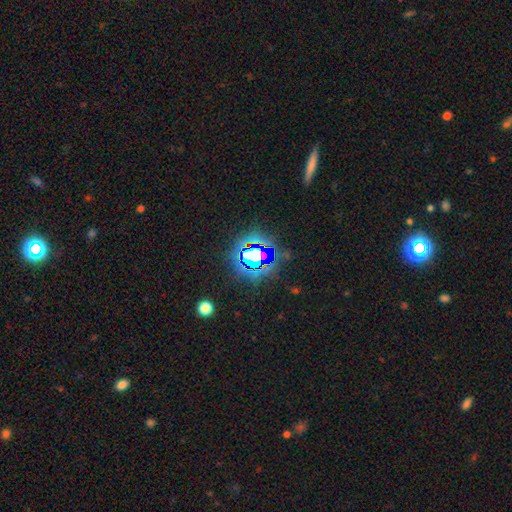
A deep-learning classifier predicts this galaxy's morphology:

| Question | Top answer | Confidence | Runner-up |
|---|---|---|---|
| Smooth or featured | star or artifact | 73% | smooth (15%) |